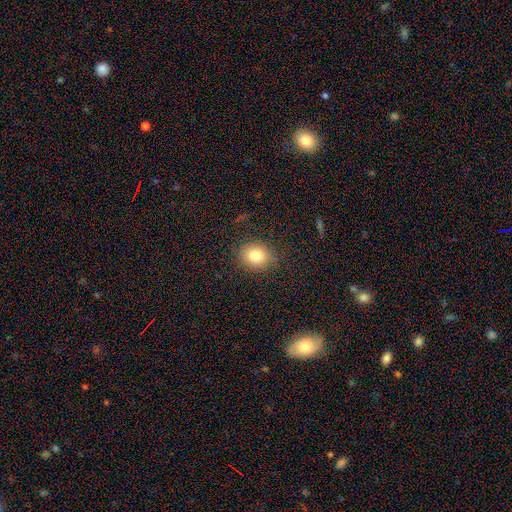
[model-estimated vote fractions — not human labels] This is clearly a smooth galaxy (80%). How rounded: possibly round (57%). Merging: clearly none (85%).